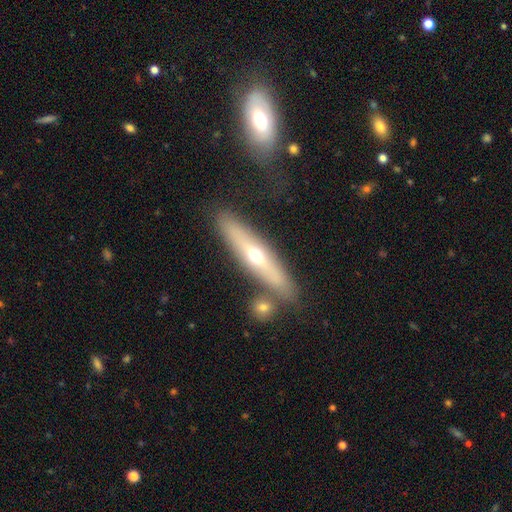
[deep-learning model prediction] A featured or disk galaxy (53%) viewed edge-on (79%). Merging: none (76%).